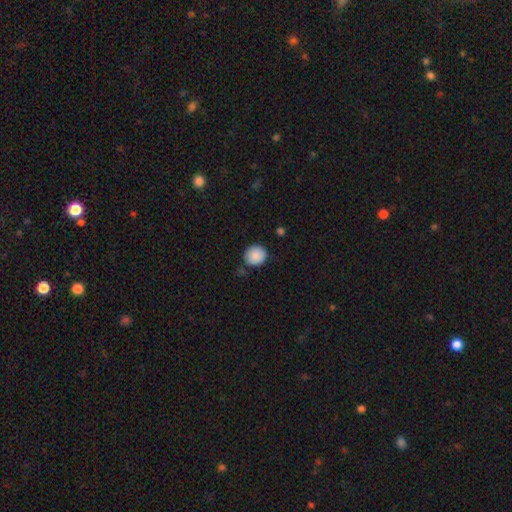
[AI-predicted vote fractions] This is clearly a smooth galaxy (89%). How rounded: clearly round (86%). Merging: clearly none (80%).